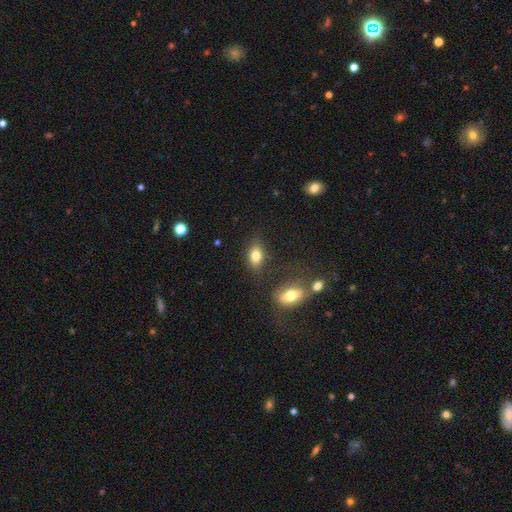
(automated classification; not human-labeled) Overall: smooth (77%). How rounded: in between (83%). Merging: none (76%).